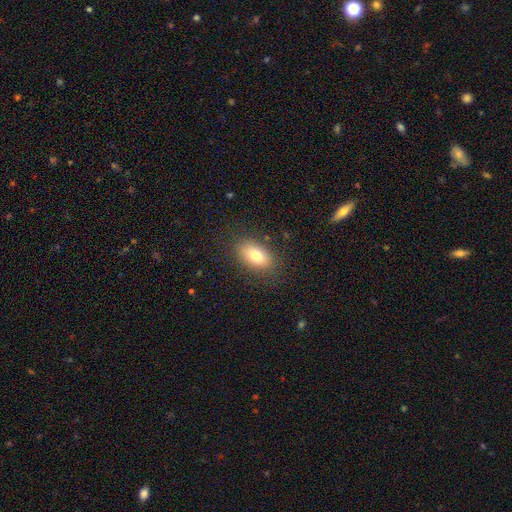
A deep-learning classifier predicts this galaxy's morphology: Smooth or featured? Predicted: smooth (p=0.79). How rounded? Predicted: in between (p=0.90). Merging? Predicted: none (p=0.84).